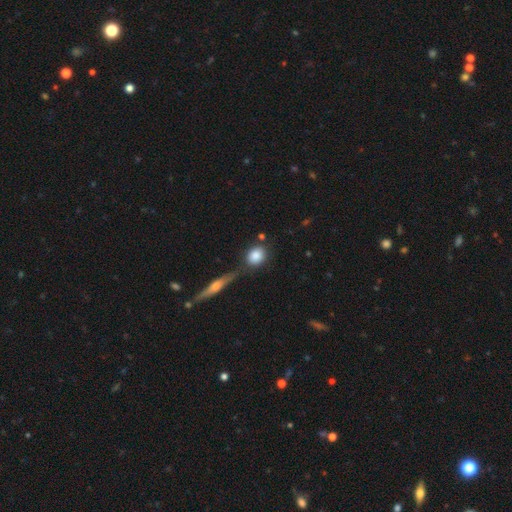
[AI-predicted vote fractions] Smooth or featured? smooth (84%)
How rounded? round (63%)
Merging? none (66%)